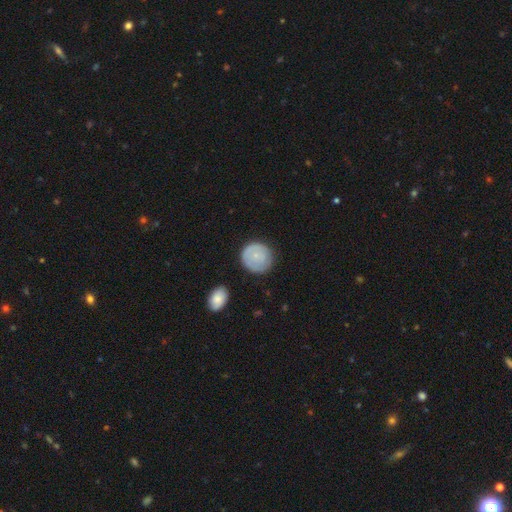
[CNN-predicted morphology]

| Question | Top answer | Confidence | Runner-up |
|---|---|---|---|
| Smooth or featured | smooth | 70% | featured or disk (24%) |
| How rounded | round | 90% | in between (9%) |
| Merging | none | 78% | minor disturbance (15%) |